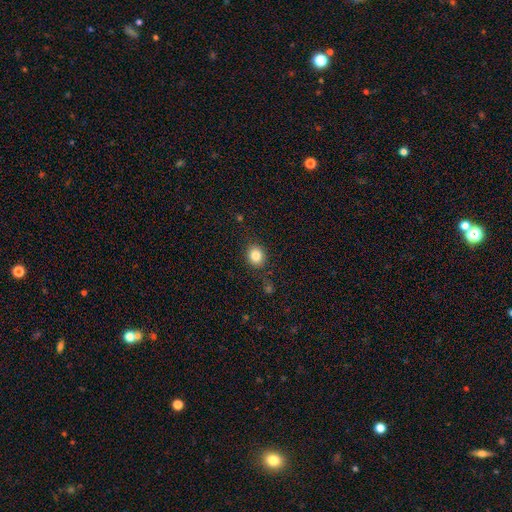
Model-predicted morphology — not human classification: A smooth galaxy with no disk features (83%) that is round (71%). Merging: none (86%).